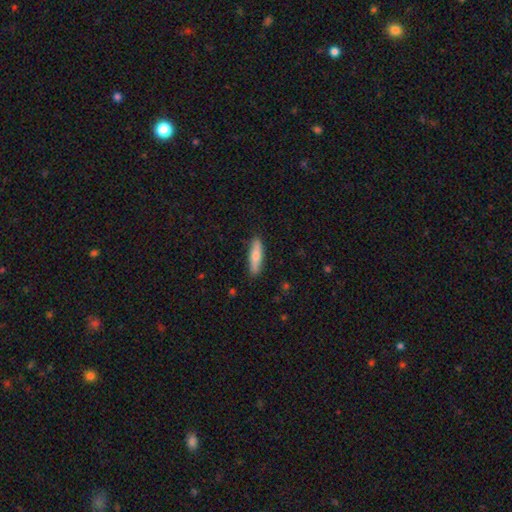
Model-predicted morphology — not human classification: smooth_or_featured: smooth (p=0.75) [alt: featured or disk p=0.20]
how_rounded: cigar-shaped (p=0.71) [alt: in between p=0.28]
merging: none (p=0.88) [alt: minor disturbance p=0.09]